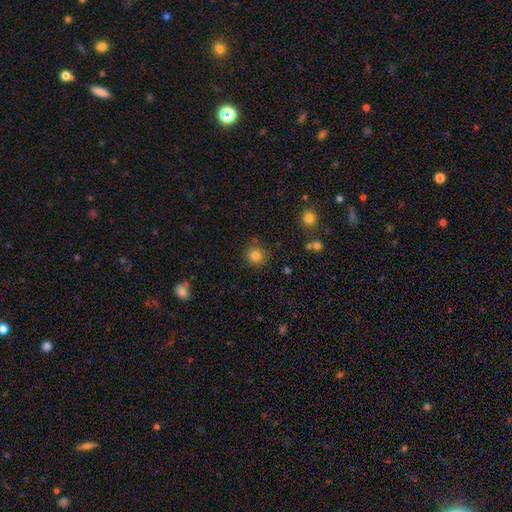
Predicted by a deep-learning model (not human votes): Morphology: type=smooth (82%); roundness=round (92%); merging=none (86%).